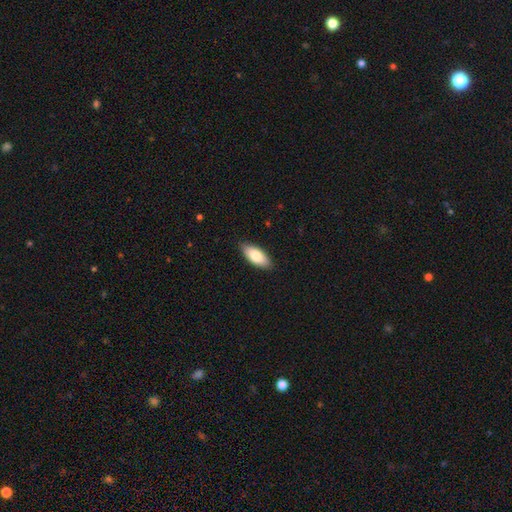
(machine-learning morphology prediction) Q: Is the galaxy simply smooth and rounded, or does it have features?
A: smooth — 80%.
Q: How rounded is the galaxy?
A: in between — 87%.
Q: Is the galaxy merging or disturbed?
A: none — 85%.